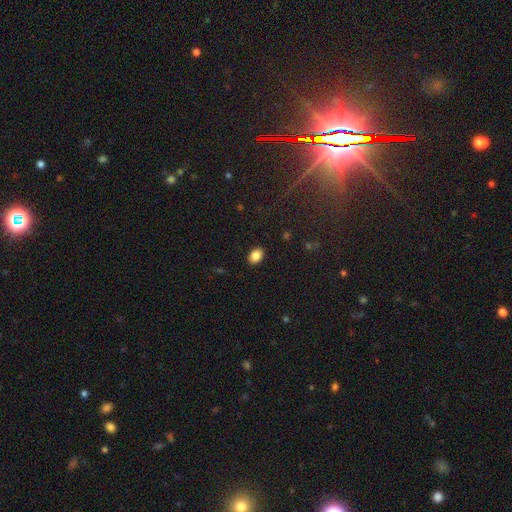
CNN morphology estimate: Smooth or featured? Predicted: smooth (p=0.86). How rounded? Predicted: in between (p=0.76). Merging? Predicted: none (p=0.89).